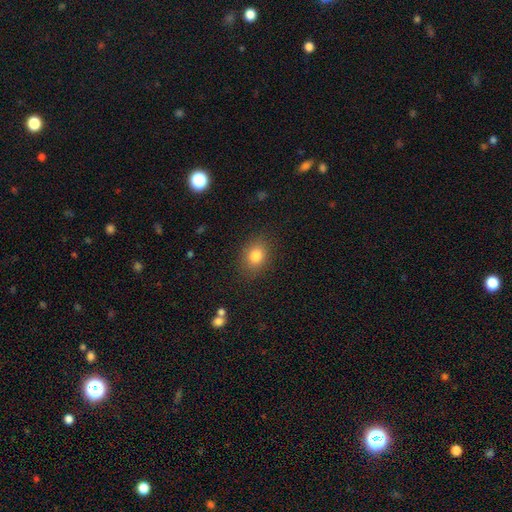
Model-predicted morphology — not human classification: type=smooth (81%); roundness=in between (53%); merging=none (85%).